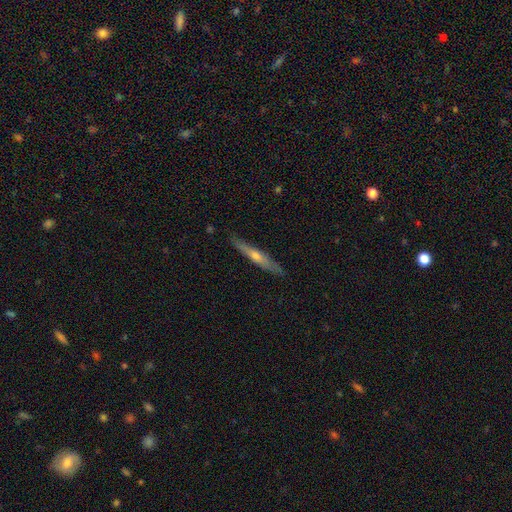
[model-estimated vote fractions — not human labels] The model was most divided on "smooth or featured": featured or disk: 59%, smooth: 35%, star or artifact: 6%. More confident: edge-on disk — yes (94%); merging — none (87%); edge-on bulge — rounded (75%).